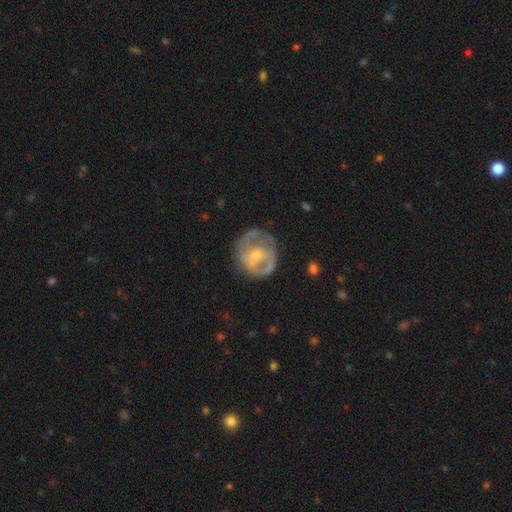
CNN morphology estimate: This is likely a featured or disk galaxy (68%). It is clearly not viewed edge-on (96%). Bar: possibly no (54%). Spiral arm pattern: possibly yes (57%). Central bulge: possibly small (57%). Merging: likely none (67%).